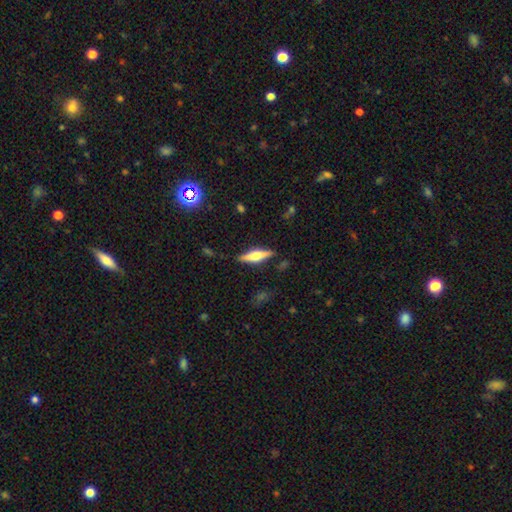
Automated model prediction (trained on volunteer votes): This is possibly a featured or disk galaxy (54%). It is clearly viewed edge-on (96%). Edge-on bulge: clearly rounded (82%). Merging: clearly none (86%).